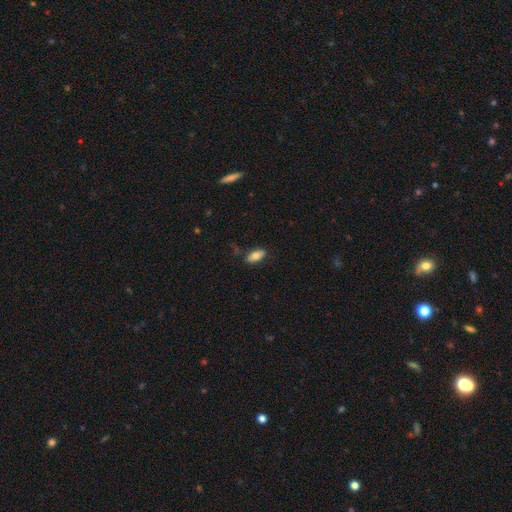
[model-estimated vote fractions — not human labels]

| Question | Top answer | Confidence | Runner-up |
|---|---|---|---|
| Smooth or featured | smooth | 75% | featured or disk (18%) |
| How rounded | in between | 86% | cigar-shaped (11%) |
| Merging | none | 80% | minor disturbance (15%) |